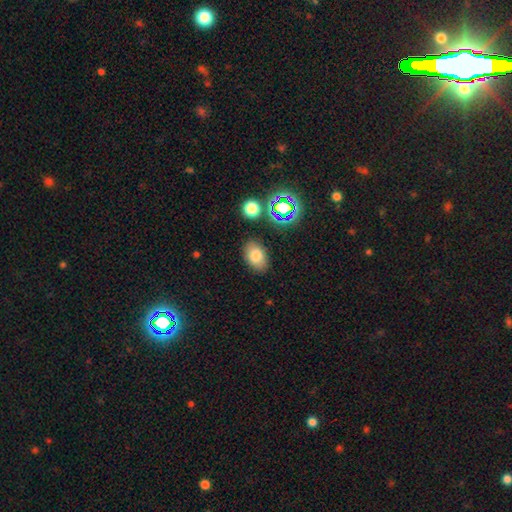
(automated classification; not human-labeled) This appears to be a smooth galaxy with no disk features (77%) that is in between round and cigar-shaped (87%). Merging: none (83%).